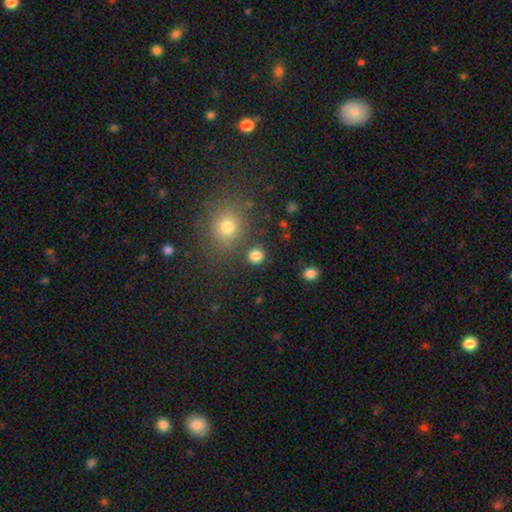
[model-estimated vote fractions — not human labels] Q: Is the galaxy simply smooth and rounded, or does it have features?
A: smooth — 83%.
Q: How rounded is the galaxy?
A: round — 85%.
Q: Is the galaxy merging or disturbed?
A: none — 83%.